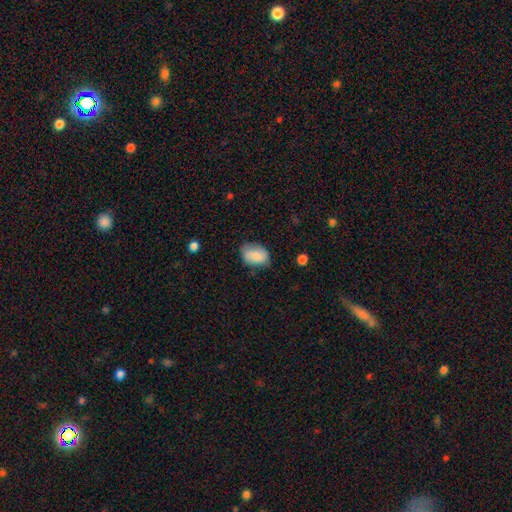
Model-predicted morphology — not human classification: Overall: smooth (82%). How rounded: in between (84%). Merging: none (64%; minor disturbance 29%).